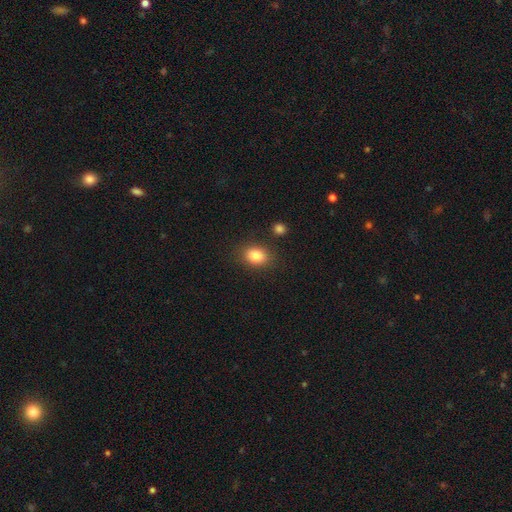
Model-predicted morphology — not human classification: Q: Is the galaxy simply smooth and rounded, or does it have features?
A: smooth — 84%.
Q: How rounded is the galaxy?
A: in between — 65%.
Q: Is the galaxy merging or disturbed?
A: none — 82%.